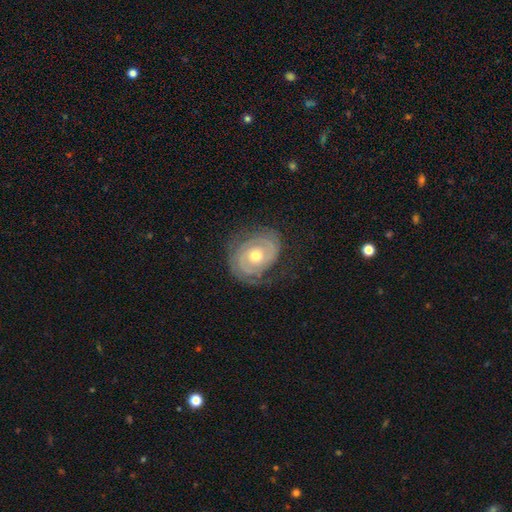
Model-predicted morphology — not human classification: Overall: featured or disk (82%). Edge-on disk: no (97%). Bar: no (77%). Spiral arms: yes (88%). Spiral arm count: 2 (54%; can't tell 25%). Spiral winding: tight (71%). Bulge size: moderate (69%). Merging: none (71%).